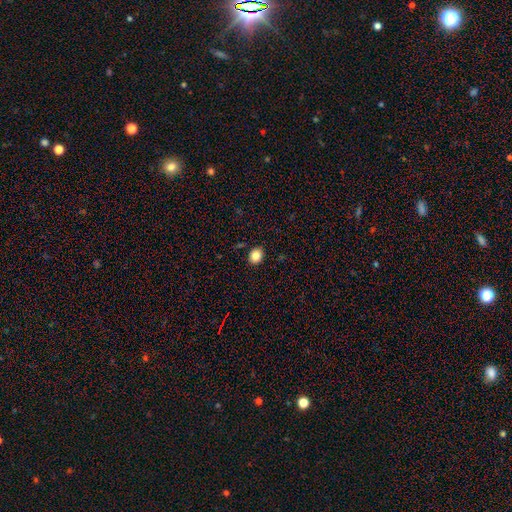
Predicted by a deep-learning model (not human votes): This is clearly a smooth galaxy (85%). How rounded: possibly round (56%). Merging: clearly none (89%).